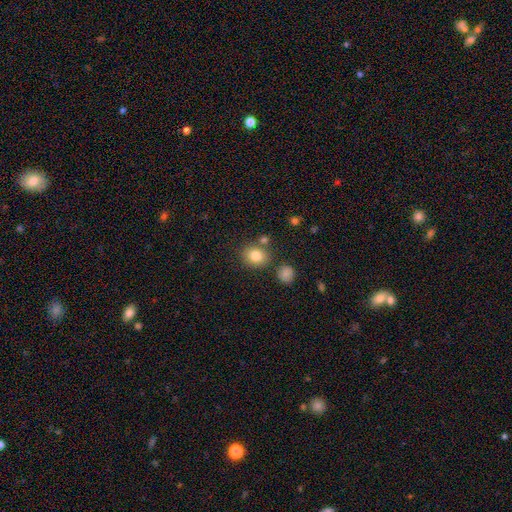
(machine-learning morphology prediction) smooth_or_featured: smooth (p=0.82) [alt: star or artifact p=0.11]
how_rounded: round (p=0.71) [alt: in between p=0.28]
merging: none (p=0.76) [alt: merger p=0.11]